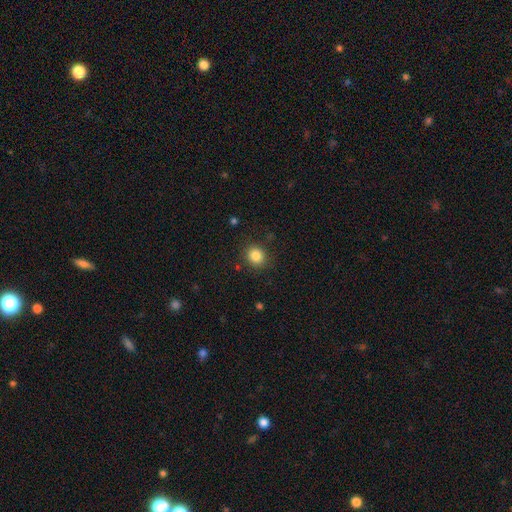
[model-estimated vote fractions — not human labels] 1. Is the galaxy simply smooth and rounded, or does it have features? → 84% smooth, 11% star or artifact, 5% featured or disk.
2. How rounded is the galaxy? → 78% round, 21% in between, 1% cigar-shaped.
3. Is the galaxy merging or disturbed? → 86% none, 9% minor disturbance, 3% major disturbance, 1% merger.